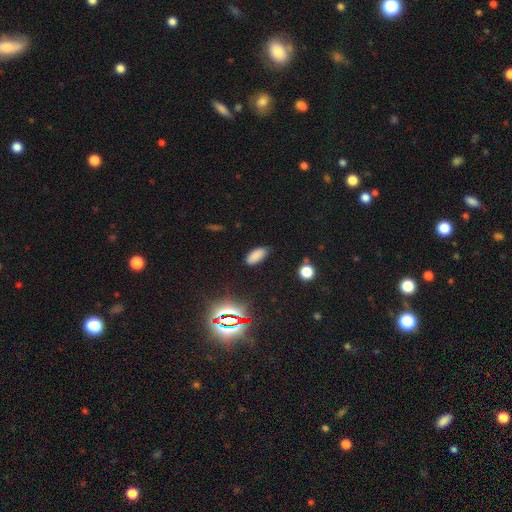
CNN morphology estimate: Smooth or featured?
  - smooth: 80% *
  - star or artifact: 15%
  - featured or disk: 5%
How rounded?
  - in between: 88% *
  - cigar-shaped: 9%
  - round: 3%
Merging?
  - none: 83% *
  - minor disturbance: 13%
  - major disturbance: 3%
  - merger: 1%